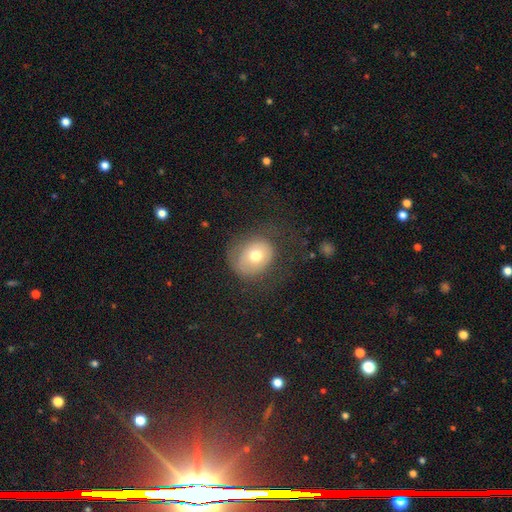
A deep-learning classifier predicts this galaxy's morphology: smooth_or_featured: smooth (p=0.65) [alt: featured or disk p=0.26]
how_rounded: round (p=0.65) [alt: in between p=0.35]
merging: none (p=0.53) [alt: minor disturbance p=0.23]